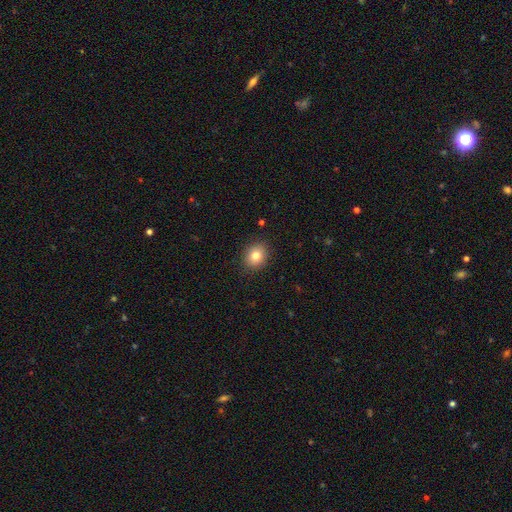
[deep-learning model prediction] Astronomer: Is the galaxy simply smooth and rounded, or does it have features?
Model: smooth — 82%.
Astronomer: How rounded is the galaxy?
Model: round — 68%.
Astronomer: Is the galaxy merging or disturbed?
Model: none — 89%.